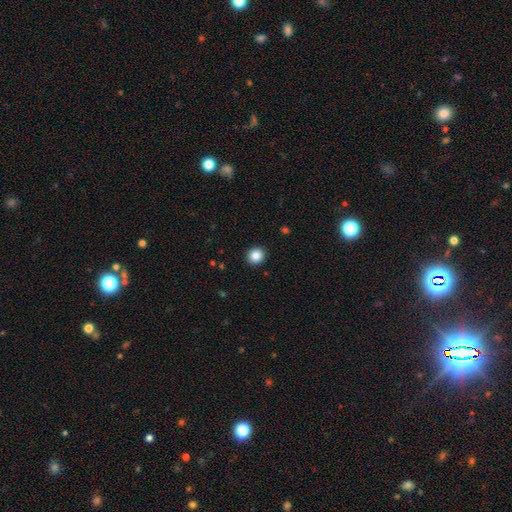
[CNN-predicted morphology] smooth 85%, star or artifact 10%, featured or disk 5%. Down the decision tree: how rounded — round (89%); merging — none (93%).